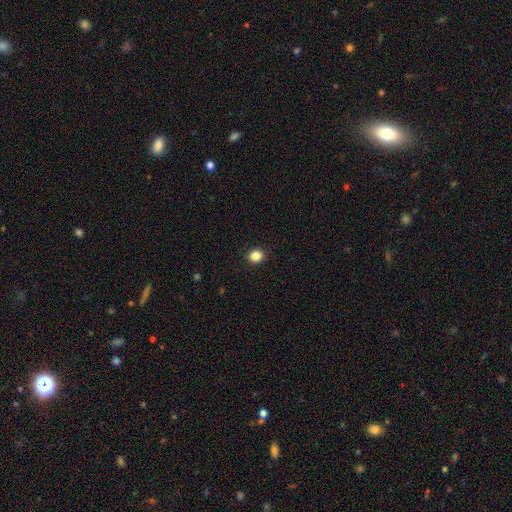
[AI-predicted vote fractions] Q: Smooth or featured?
A: smooth (86%); runner-up: star or artifact (11%)
Q: How rounded?
A: round (77%); runner-up: in between (22%)
Q: Merging?
A: none (91%); runner-up: minor disturbance (6%)